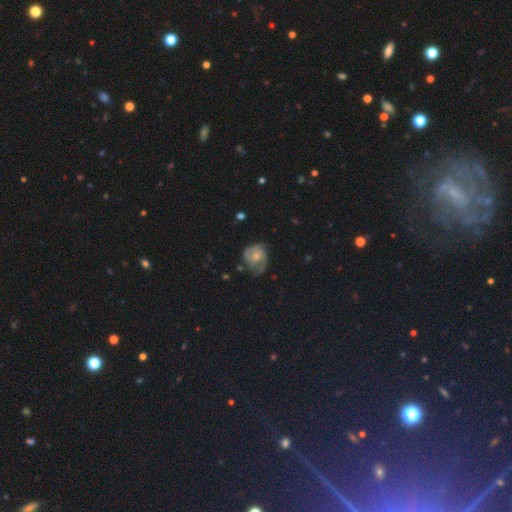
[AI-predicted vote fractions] Smooth or featured?
  - featured or disk: 67% *
  - smooth: 26%
  - star or artifact: 7%
Edge-on disk?
  - no: 98% *
  - yes: 2%
Bar?
  - no: 72% *
  - weak: 24%
  - strong: 4%
Spiral arms?
  - yes: 86% *
  - no: 14%
Spiral winding?
  - tight: 44% *
  - medium: 40%
  - loose: 16%
Spiral arm count?
  - 2: 49% *
  - can't tell: 22%
  - 1: 12%
  - 3: 11%
  - 4: 2%
  - more than 4: 2%
Bulge size?
  - small: 48% *
  - moderate: 45%
  - none: 4%
  - large: 3%
  - dominant: 1%
Merging?
  - none: 50% *
  - minor disturbance: 29%
  - major disturbance: 18%
  - merger: 2%